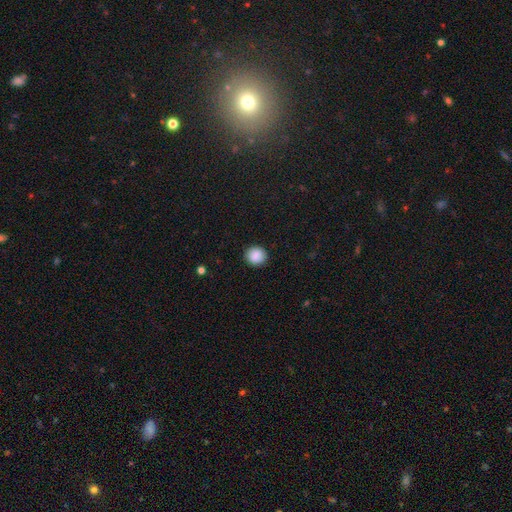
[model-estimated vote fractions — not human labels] Smooth or featured?
  - smooth: 89% *
  - star or artifact: 8%
  - featured or disk: 3%
How rounded?
  - round: 88% *
  - in between: 11%
  - cigar-shaped: 1%
Merging?
  - none: 91% *
  - minor disturbance: 6%
  - major disturbance: 2%
  - merger: 1%